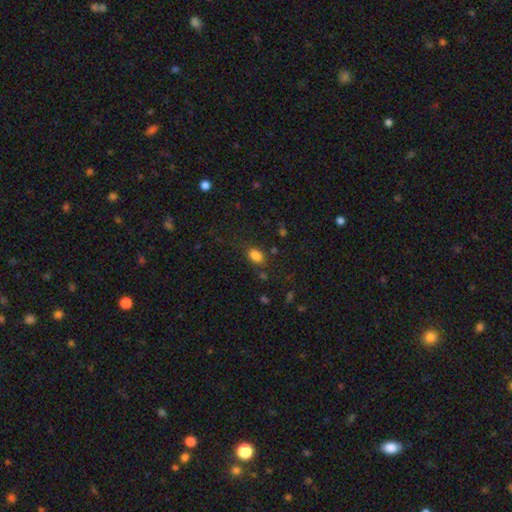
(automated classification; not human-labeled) Morphology: type=smooth (84%); roundness=in between (84%); merging=none (79%).